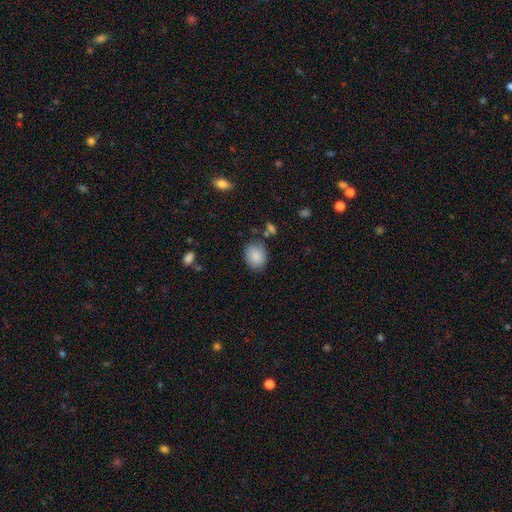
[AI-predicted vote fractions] Smooth or featured? smooth (86%)
How rounded? round (53%)
Merging? none (77%)